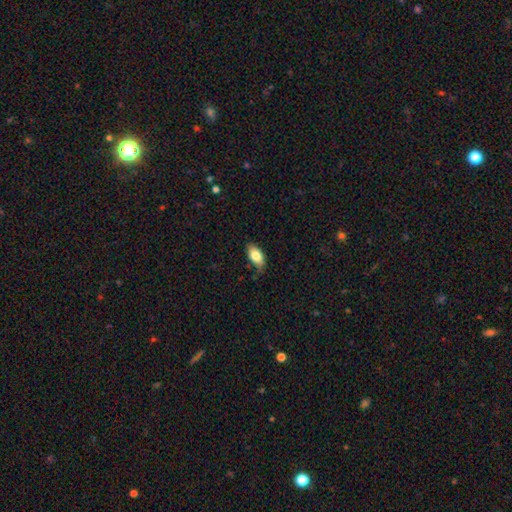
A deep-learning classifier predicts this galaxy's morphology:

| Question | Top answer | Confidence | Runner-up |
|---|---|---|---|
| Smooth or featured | smooth | 81% | featured or disk (12%) |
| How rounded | in between | 91% | cigar-shaped (5%) |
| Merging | none | 75% | minor disturbance (20%) |